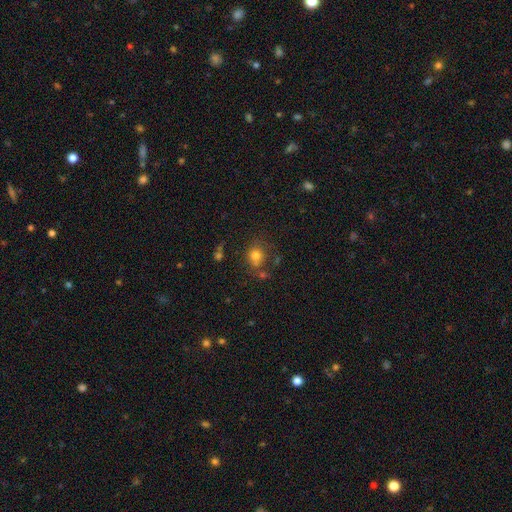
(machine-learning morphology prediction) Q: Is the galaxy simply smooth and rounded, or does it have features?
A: smooth — 77%.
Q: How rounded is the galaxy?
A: round — 78%.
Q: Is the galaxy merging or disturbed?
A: none — 65%.